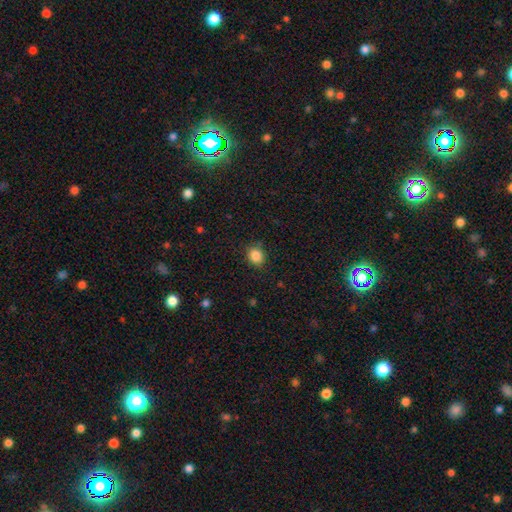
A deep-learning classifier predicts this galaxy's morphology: Smooth or featured: smooth — 86% (star or artifact — 10%)
How rounded: round — 72% (in between — 27%)
Merging: none — 84% (minor disturbance — 11%)